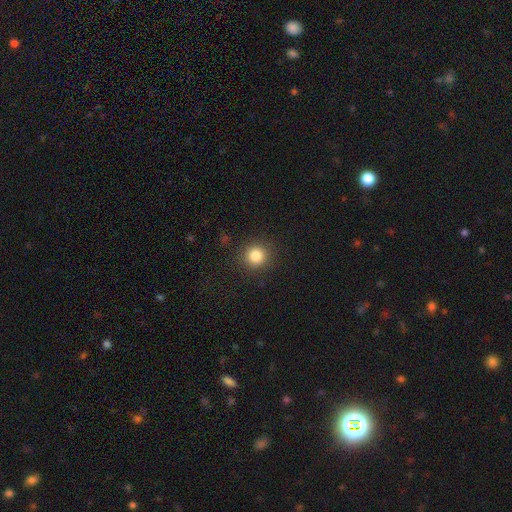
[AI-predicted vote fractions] Overall: smooth (84%). How rounded: round (93%). Merging: none (90%).